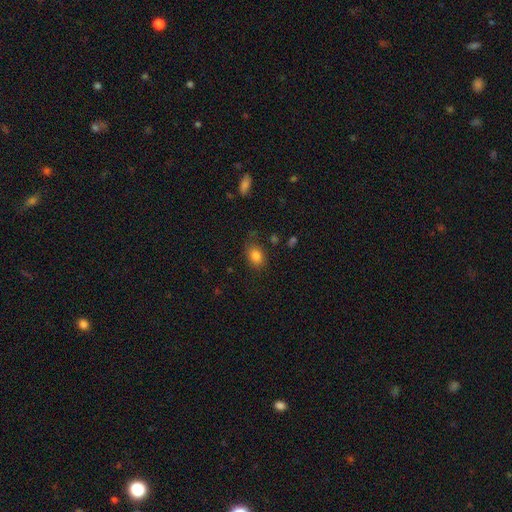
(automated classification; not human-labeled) Smooth or featured? Predicted: smooth (p=0.83). How rounded? Predicted: in between (p=0.66). Merging? Predicted: none (p=0.74).